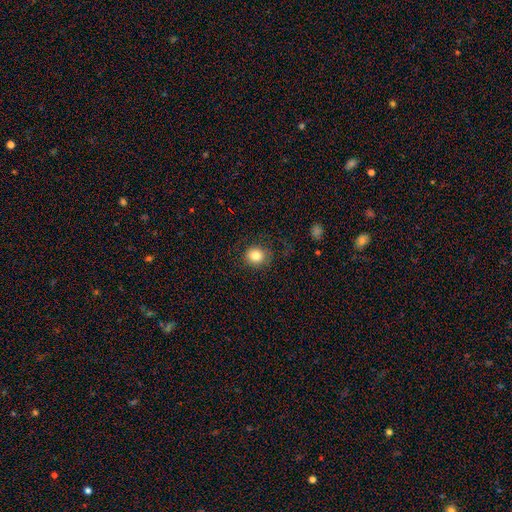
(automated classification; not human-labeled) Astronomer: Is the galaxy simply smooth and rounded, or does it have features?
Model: smooth — 83%.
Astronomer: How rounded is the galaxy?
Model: round — 79%.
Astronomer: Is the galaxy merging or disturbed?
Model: none — 85%.